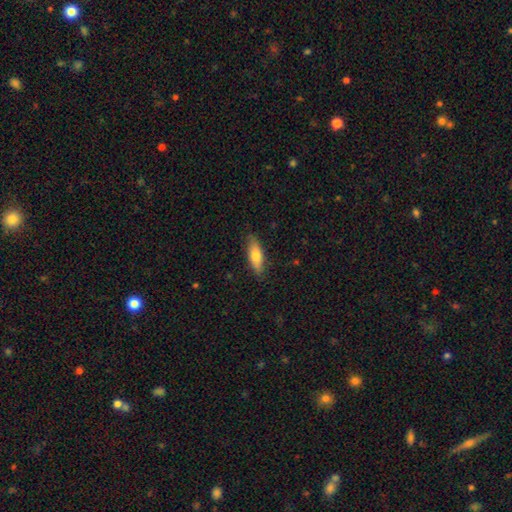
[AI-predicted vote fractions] Morphology: type=smooth (72%); roundness=in between (56%); merging=none (85%).